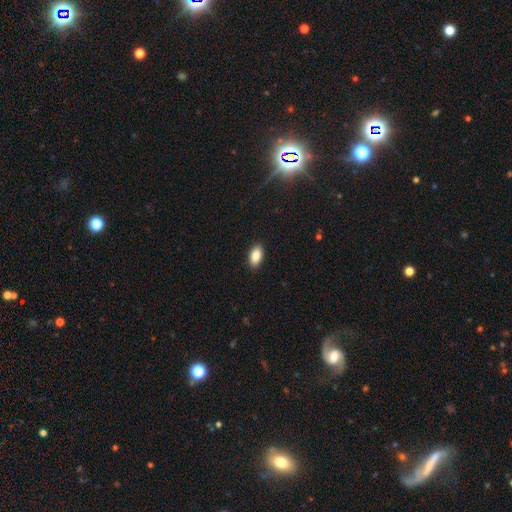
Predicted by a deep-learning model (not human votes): Overall: smooth (87%). How rounded: in between (93%). Merging: none (90%).